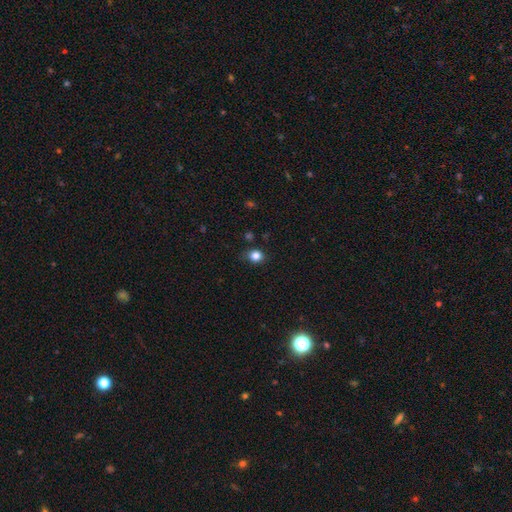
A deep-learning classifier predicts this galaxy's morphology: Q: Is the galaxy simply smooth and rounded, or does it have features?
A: smooth — 83%.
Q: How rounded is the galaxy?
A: round — 72%.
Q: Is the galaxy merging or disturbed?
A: none — 80%.